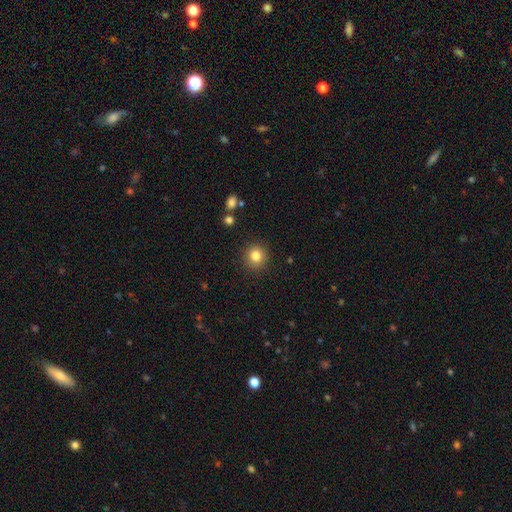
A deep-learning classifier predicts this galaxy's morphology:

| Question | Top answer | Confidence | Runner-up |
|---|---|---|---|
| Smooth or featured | smooth | 83% | star or artifact (11%) |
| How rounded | round | 92% | in between (8%) |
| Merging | none | 90% | minor disturbance (6%) |